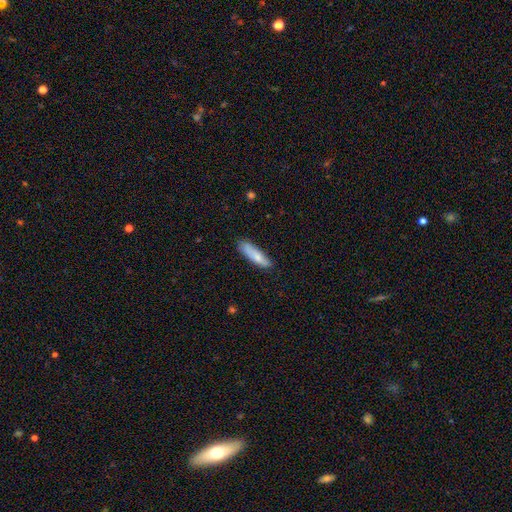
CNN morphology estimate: Q: Smooth or featured?
A: smooth (77%); runner-up: featured or disk (17%)
Q: How rounded?
A: cigar-shaped (72%); runner-up: in between (27%)
Q: Merging?
A: none (79%); runner-up: minor disturbance (16%)